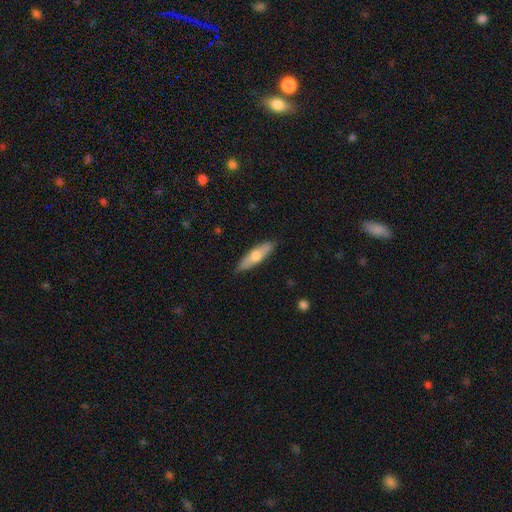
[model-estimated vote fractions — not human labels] The model was most divided on "how rounded": cigar-shaped: 64%, in between: 34%, round: 2%. More confident: merging — none (87%); smooth or featured — smooth (62%).